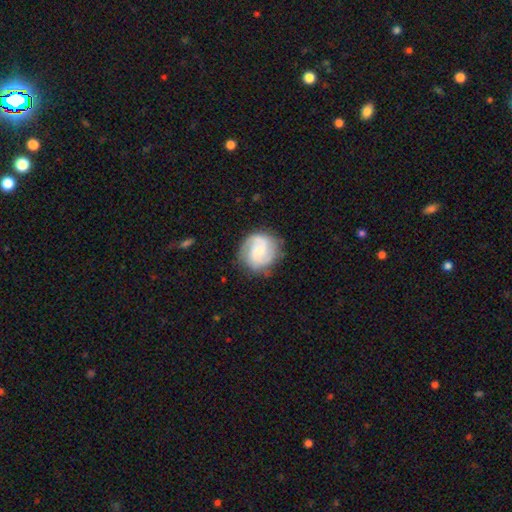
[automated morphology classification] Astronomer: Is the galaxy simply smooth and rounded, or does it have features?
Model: featured or disk — 75%.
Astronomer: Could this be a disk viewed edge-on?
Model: no — 98%.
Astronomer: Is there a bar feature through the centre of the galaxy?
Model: no — 46% (runner-up: weak, 45%).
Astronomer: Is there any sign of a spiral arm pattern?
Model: yes — 95%.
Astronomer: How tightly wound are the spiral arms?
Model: medium — 48% (runner-up: tight, 31%).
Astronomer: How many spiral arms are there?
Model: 2 — 75%.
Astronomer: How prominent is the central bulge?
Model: small — 57% (runner-up: moderate, 33%).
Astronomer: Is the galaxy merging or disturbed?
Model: none — 77%.